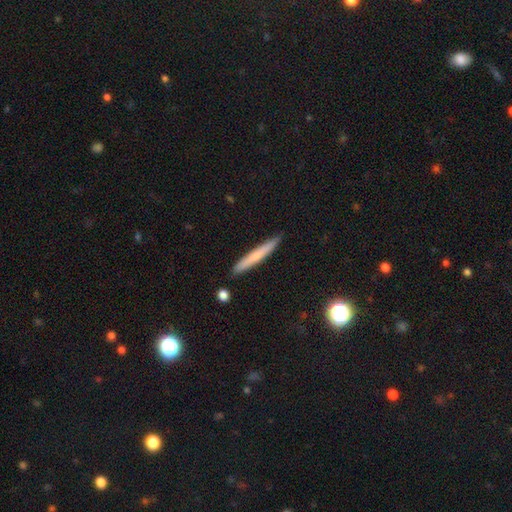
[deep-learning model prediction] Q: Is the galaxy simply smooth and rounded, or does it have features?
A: smooth — 64%.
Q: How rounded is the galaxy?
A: cigar-shaped — 96%.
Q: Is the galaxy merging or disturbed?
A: none — 89%.